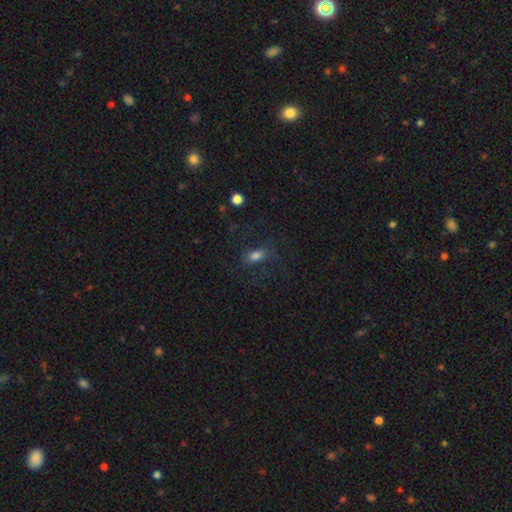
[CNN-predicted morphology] Smooth or featured? smooth (71%)
How rounded? in between (77%)
Merging? none (67%)